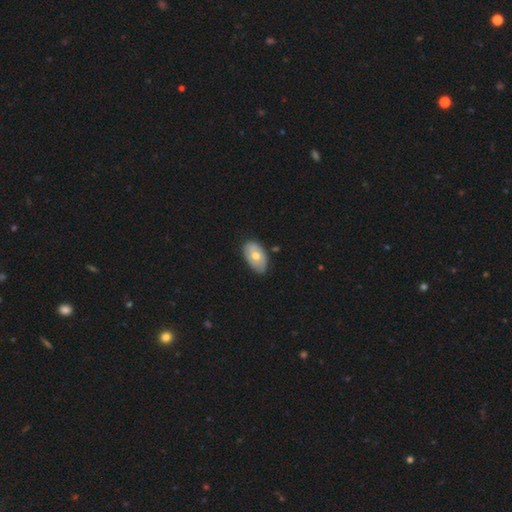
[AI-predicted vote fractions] A smooth galaxy with no disk features (58%) that is in between round and cigar-shaped (92%).

Vote fractions:
- Smooth or featured? smooth: 58% / featured or disk: 36% / star or artifact: 7%
- How rounded? in between: 92% / round: 7% / cigar-shaped: 1%
- Merging? none: 75% / minor disturbance: 20% / major disturbance: 3% / merger: 2%